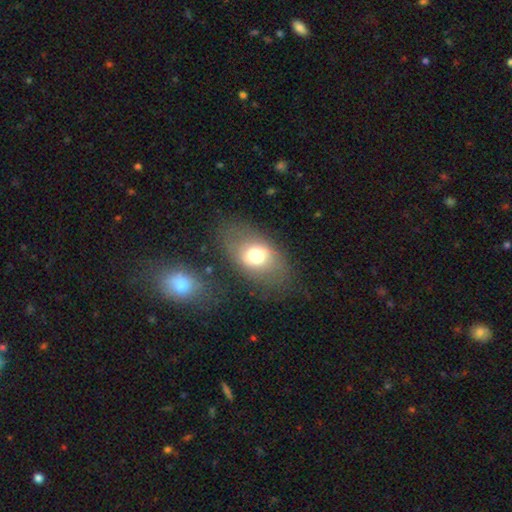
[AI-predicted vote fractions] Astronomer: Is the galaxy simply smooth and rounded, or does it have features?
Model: smooth — 63%.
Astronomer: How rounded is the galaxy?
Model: in between — 82%.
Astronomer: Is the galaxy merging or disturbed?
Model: none — 68%.